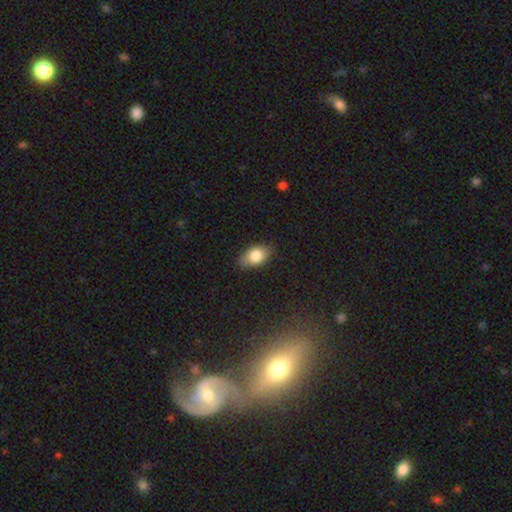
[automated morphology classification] Q: Smooth or featured?
A: smooth (81%); runner-up: featured or disk (11%)
Q: How rounded?
A: in between (89%); runner-up: round (8%)
Q: Merging?
A: none (81%); runner-up: minor disturbance (15%)